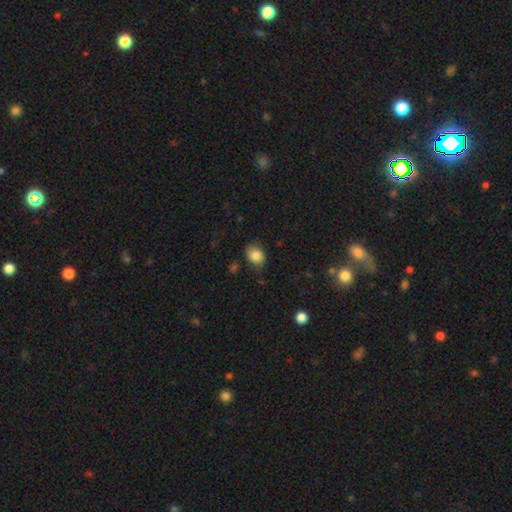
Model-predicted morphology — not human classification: smooth_or_featured: smooth (p=0.84) [alt: star or artifact p=0.09]
how_rounded: in between (p=0.55) [alt: round p=0.44]
merging: none (p=0.73) [alt: minor disturbance p=0.21]